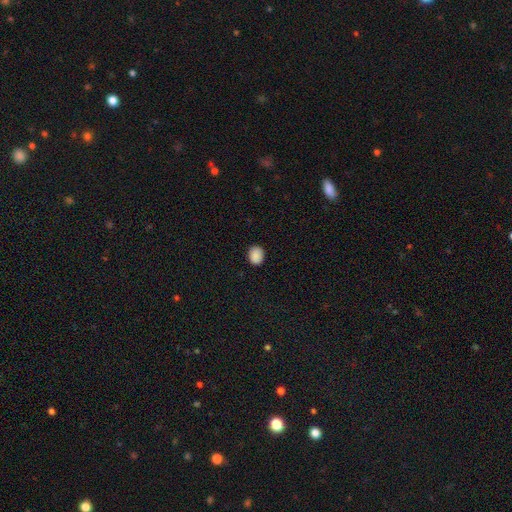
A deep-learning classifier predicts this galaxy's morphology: smooth-or-featured: smooth: 89% | star or artifact: 8% | featured or disk: 3%
  how-rounded: round: 53% | in between: 46% | cigar-shaped: 1%
  merging: none: 88% | minor disturbance: 9% | major disturbance: 2% | merger: 1%